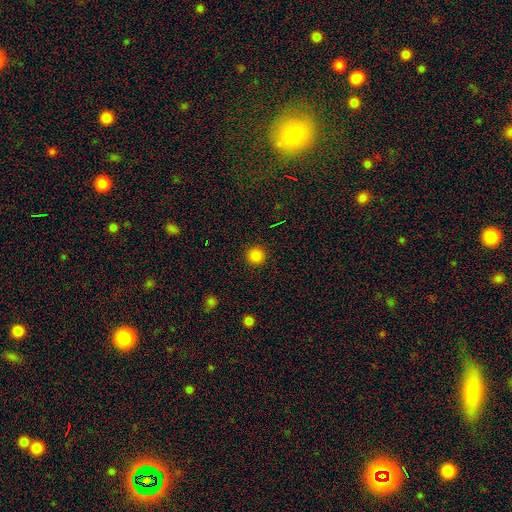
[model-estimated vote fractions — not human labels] A smooth galaxy with no disk features (85%) that is round (95%).

Vote fractions:
- Smooth or featured? smooth: 85% / star or artifact: 12% / featured or disk: 3%
- How rounded? round: 95% / in between: 4% / cigar-shaped: 1%
- Merging? none: 92% / minor disturbance: 5% / major disturbance: 2% / merger: 1%